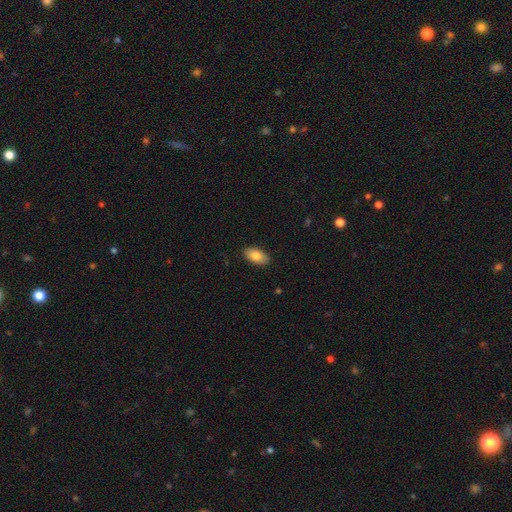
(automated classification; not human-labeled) This appears to be a smooth galaxy with no disk features (82%) that is in between round and cigar-shaped (94%). Merging: none (89%).